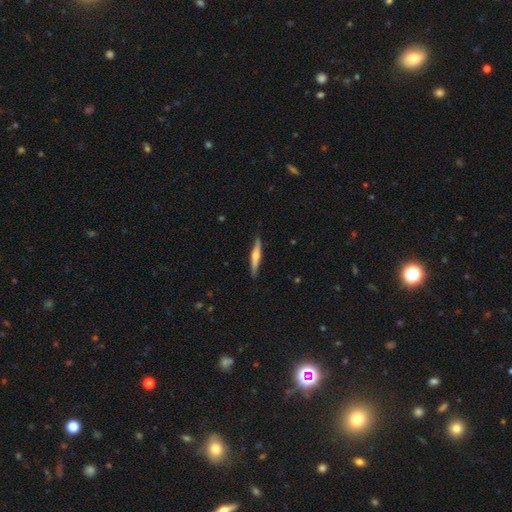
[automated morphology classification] A featured or disk galaxy (57%) viewed edge-on (96%) with a rounded central bulge (84%). Merging: none (89%).